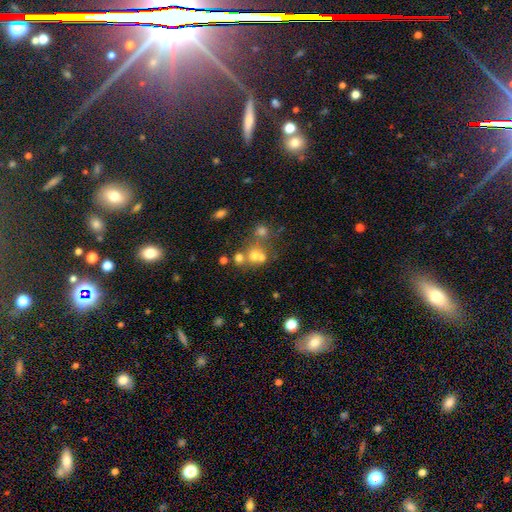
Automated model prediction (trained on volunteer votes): Q: Smooth or featured?
A: smooth (60%); runner-up: star or artifact (20%)
Q: How rounded?
A: round (77%); runner-up: in between (22%)
Q: Merging?
A: merger (46%); runner-up: none (40%)